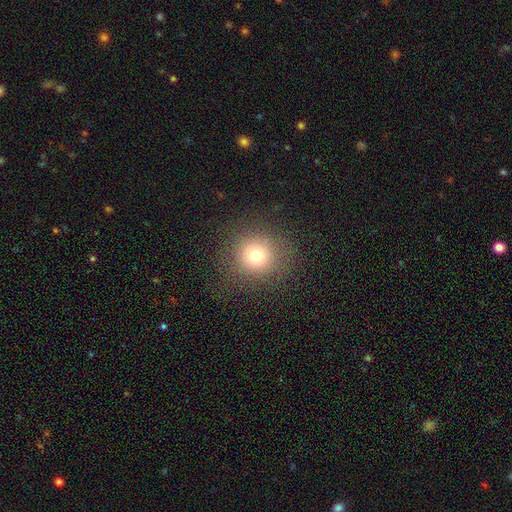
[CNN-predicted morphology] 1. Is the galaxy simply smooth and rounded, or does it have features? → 74% smooth, 16% star or artifact, 10% featured or disk.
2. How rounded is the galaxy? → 92% round, 7% in between, 1% cigar-shaped.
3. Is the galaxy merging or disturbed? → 84% none, 9% minor disturbance, 6% major disturbance, 1% merger.